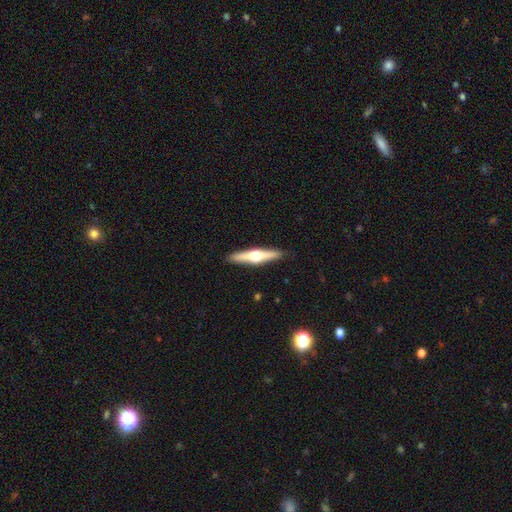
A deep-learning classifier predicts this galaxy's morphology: Smooth or featured: featured or disk — 66% (smooth — 29%)
Edge-on disk: yes — 97% (no — 3%)
Edge-on bulge: rounded — 95% (boxy — 3%)
Merging: none — 91% (minor disturbance — 6%)